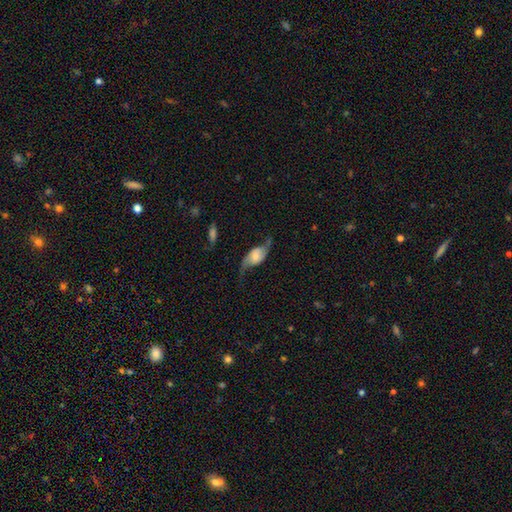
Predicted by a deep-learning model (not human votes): Overall: featured or disk (75%). Edge-on disk: no (93%). Bar: no (52%; weak 35%). Spiral arms: yes (93%). Spiral arm count: 2 (92%). Spiral winding: loose (77%). Bulge size: moderate (37%; small 34%). Merging: none (64%).